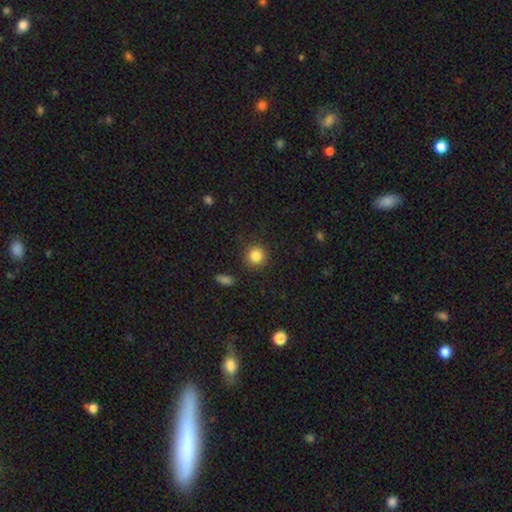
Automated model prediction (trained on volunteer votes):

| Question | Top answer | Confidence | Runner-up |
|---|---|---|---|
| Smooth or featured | smooth | 85% | star or artifact (10%) |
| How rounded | round | 92% | in between (7%) |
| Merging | none | 90% | minor disturbance (7%) |